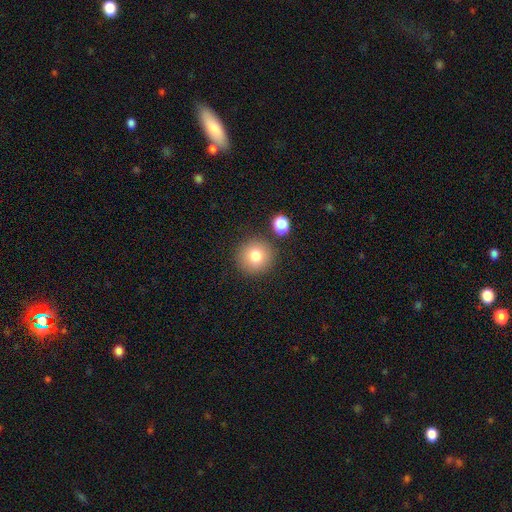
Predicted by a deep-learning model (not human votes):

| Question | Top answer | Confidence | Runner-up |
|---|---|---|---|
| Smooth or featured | smooth | 81% | star or artifact (10%) |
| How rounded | round | 93% | in between (6%) |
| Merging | none | 83% | minor disturbance (8%) |